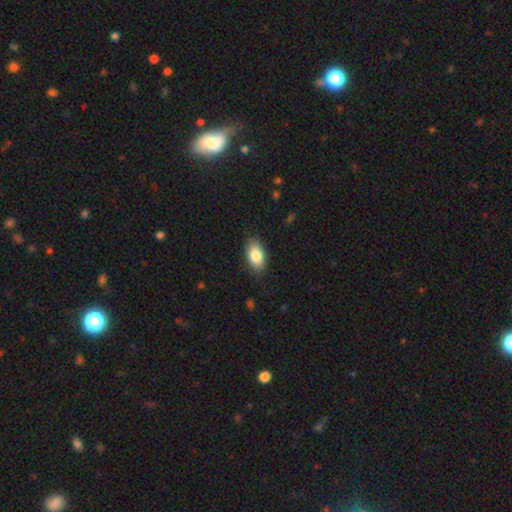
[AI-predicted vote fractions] smooth-or-featured: smooth: 85% | featured or disk: 9% | star or artifact: 7%
  how-rounded: in between: 92% | round: 5% | cigar-shaped: 3%
  merging: none: 86% | minor disturbance: 11% | major disturbance: 2% | merger: 1%